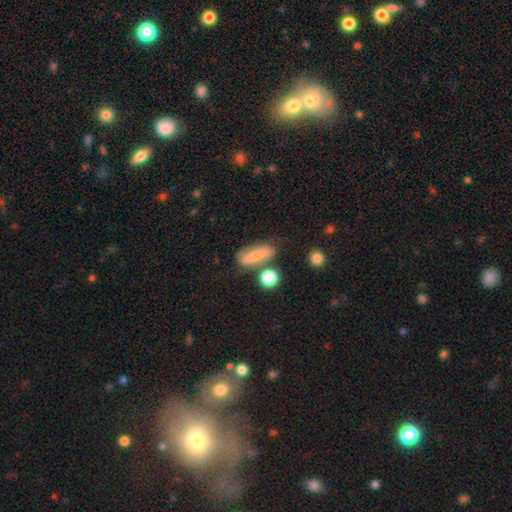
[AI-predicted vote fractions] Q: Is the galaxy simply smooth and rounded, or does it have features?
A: smooth — 60%.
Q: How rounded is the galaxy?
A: in between — 51%.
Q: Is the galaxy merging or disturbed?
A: none — 58%.